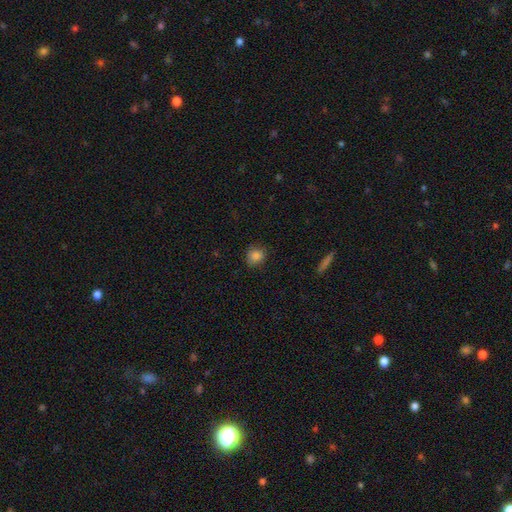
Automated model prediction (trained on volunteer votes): Smooth or featured: smooth — 85% (star or artifact — 11%)
How rounded: round — 77% (in between — 22%)
Merging: none — 83% (minor disturbance — 13%)